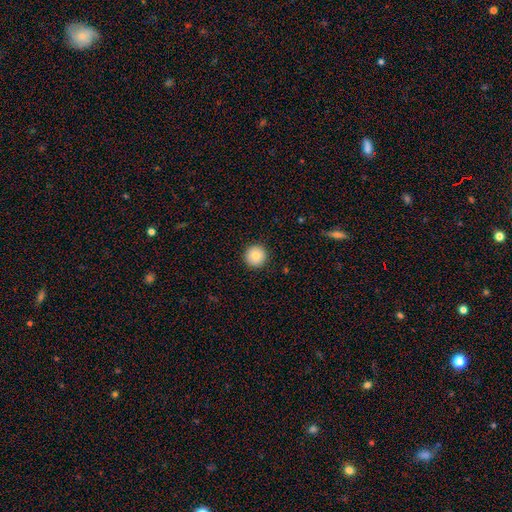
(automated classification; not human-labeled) This appears to be a smooth galaxy with no disk features (84%) that is round (96%). Merging: none (92%).